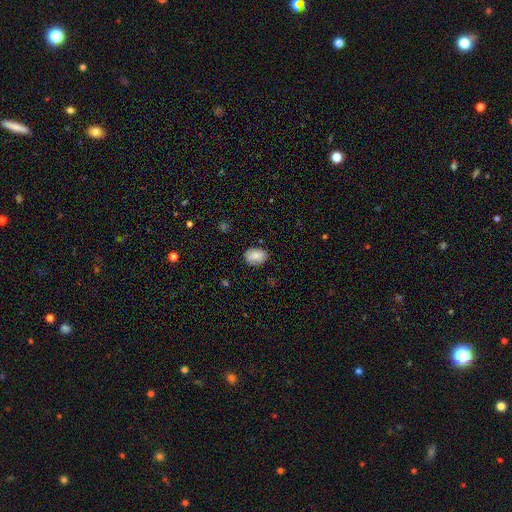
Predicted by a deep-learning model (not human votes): Q: Smooth or featured?
A: smooth (86%); runner-up: star or artifact (8%)
Q: How rounded?
A: in between (73%); runner-up: round (26%)
Q: Merging?
A: none (81%); runner-up: minor disturbance (15%)